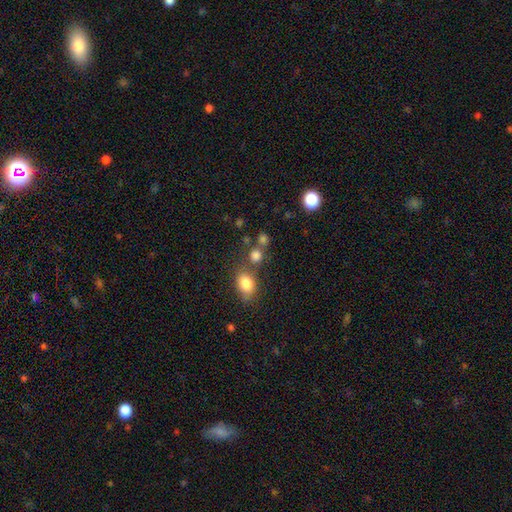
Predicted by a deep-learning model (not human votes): The model was most divided on "merging": none: 57%, merger: 26%, minor disturbance: 11%, major disturbance: 5%. More confident: smooth or featured — smooth (77%); how rounded — round (67%).